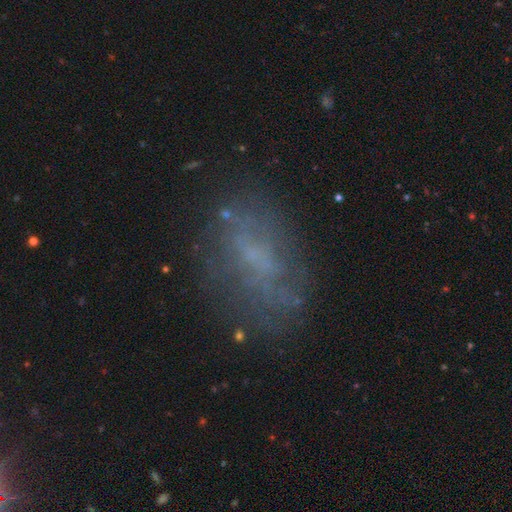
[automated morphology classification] A featured or disk galaxy (47%). Merging: none (65%).